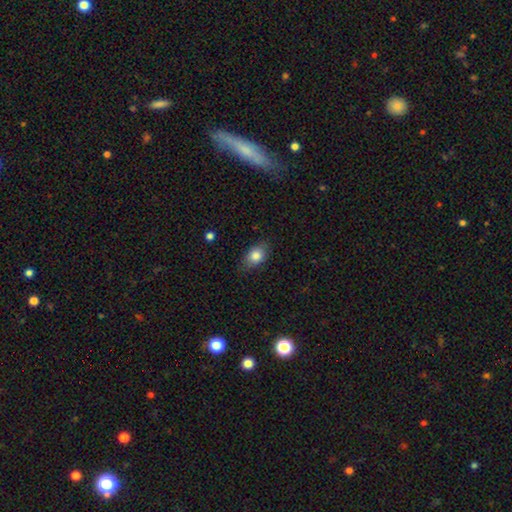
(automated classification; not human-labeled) A smooth galaxy with no disk features (83%) that is in between round and cigar-shaped (77%).

Vote fractions:
- Smooth or featured? smooth: 83% / featured or disk: 9% / star or artifact: 8%
- How rounded? in between: 77% / round: 21% / cigar-shaped: 2%
- Merging? none: 75% / minor disturbance: 19% / major disturbance: 4% / merger: 1%